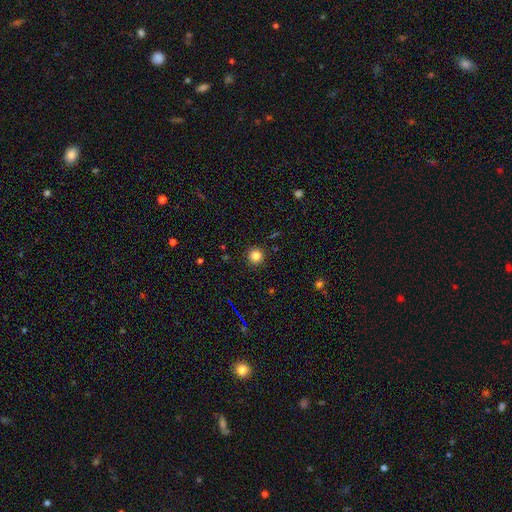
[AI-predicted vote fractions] smooth-or-featured: smooth: 83% | star or artifact: 12% | featured or disk: 5%
  how-rounded: round: 95% | in between: 4% | cigar-shaped: 1%
  merging: none: 92% | minor disturbance: 5% | major disturbance: 2% | merger: 1%